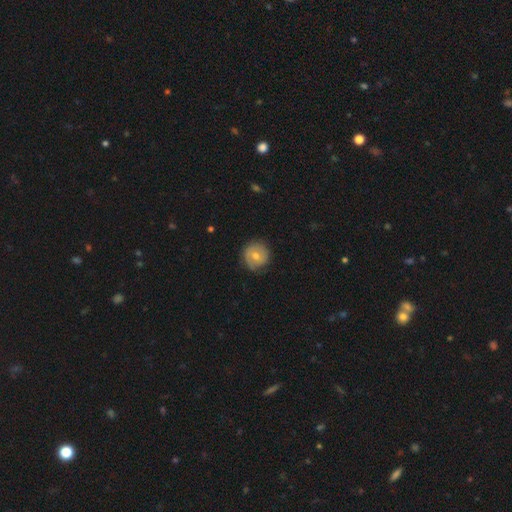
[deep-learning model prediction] Smooth or featured?
  - smooth: 57% *
  - featured or disk: 36%
  - star or artifact: 7%
How rounded?
  - round: 90% *
  - in between: 9%
  - cigar-shaped: 1%
Merging?
  - none: 79% *
  - minor disturbance: 16%
  - major disturbance: 4%
  - merger: 1%